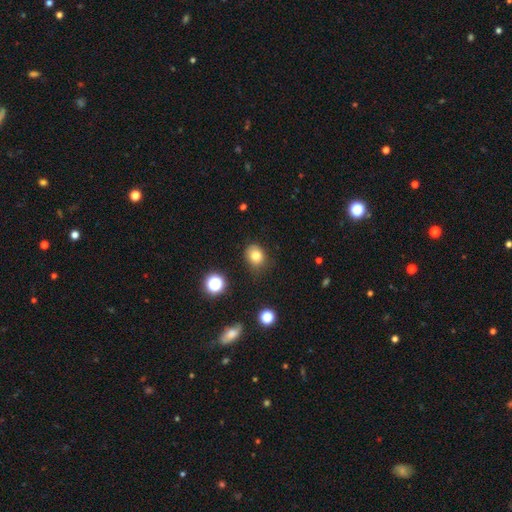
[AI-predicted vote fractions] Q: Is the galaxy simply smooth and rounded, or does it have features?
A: smooth — 79%.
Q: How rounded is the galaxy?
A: round — 56%.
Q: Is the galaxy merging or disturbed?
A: none — 75%.